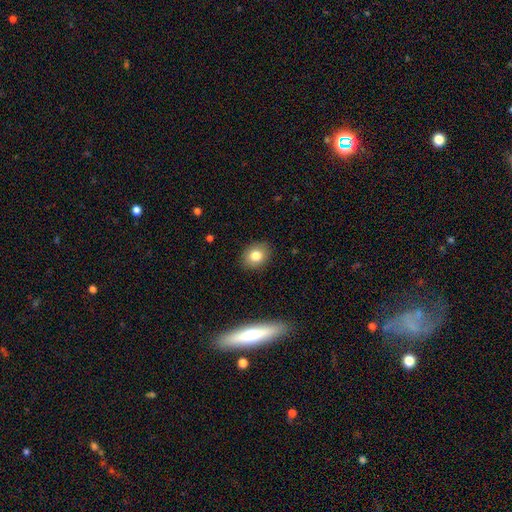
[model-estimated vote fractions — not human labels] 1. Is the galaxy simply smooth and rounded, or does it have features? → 80% smooth, 10% star or artifact, 10% featured or disk.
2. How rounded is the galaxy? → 56% round, 43% in between, 1% cigar-shaped.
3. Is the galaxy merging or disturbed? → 89% none, 8% minor disturbance, 2% major disturbance, 1% merger.